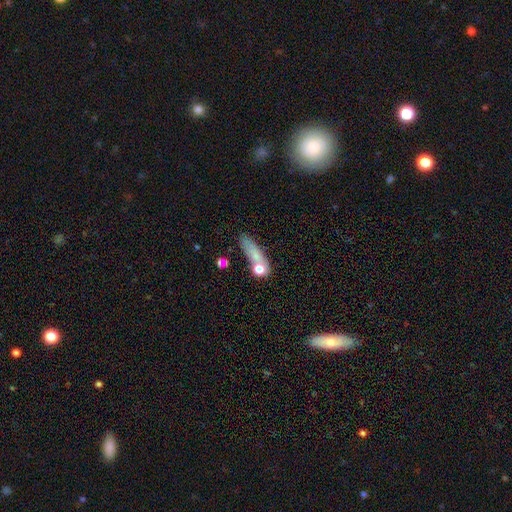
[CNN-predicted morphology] type=smooth (66%); roundness=cigar-shaped (56%); merging=none (57%).